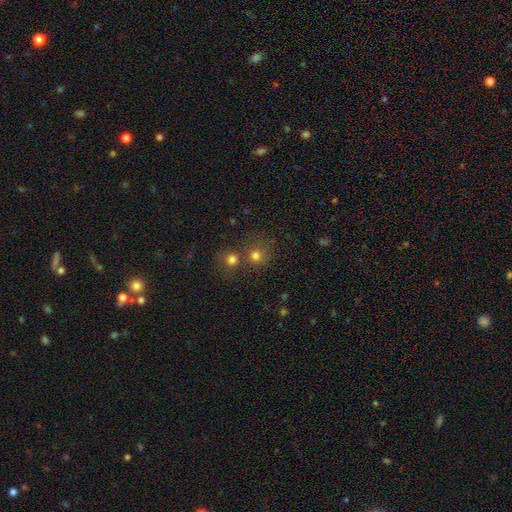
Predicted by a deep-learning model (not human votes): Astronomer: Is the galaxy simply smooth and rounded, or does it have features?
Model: smooth — 75%.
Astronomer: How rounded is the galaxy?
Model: round — 88%.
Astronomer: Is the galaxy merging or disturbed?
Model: none — 55% (runner-up: merger, 34%).